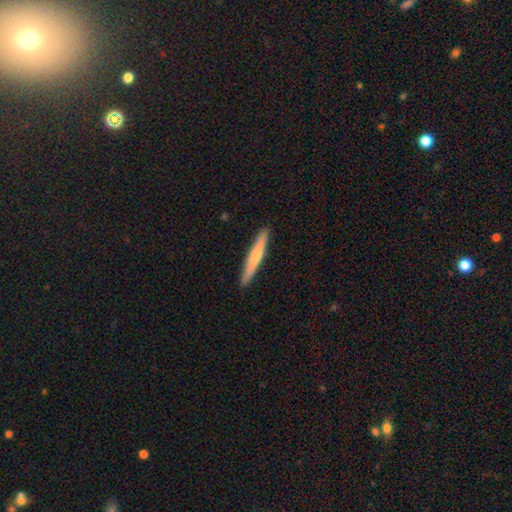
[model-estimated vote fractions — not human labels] Morphology: type=smooth (62%); roundness=cigar-shaped (96%); merging=none (91%).